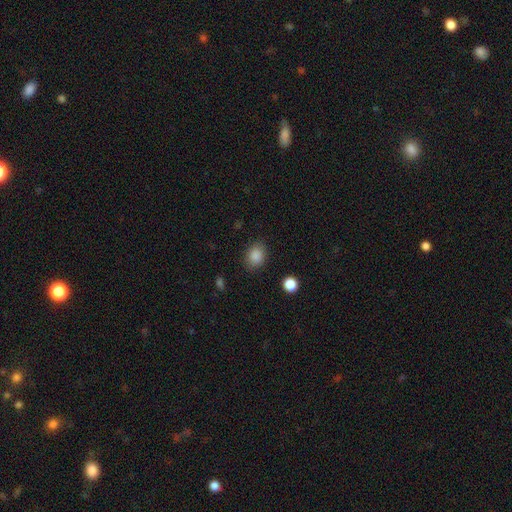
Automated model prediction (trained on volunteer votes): Smooth or featured?
  - smooth: 87% *
  - star or artifact: 10%
  - featured or disk: 4%
How rounded?
  - in between: 56% *
  - round: 43%
  - cigar-shaped: 1%
Merging?
  - none: 85% *
  - minor disturbance: 10%
  - major disturbance: 3%
  - merger: 1%